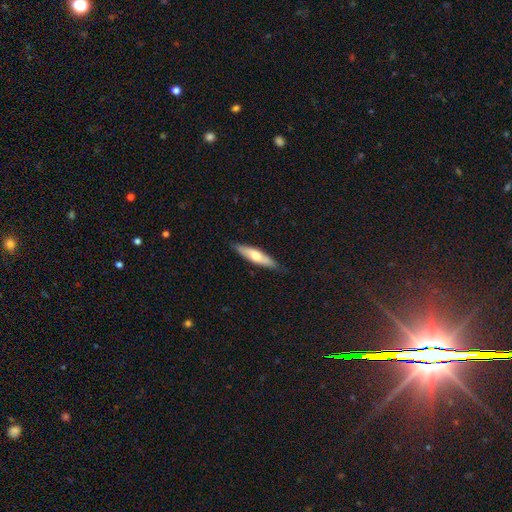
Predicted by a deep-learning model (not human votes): Smooth or featured?
  - smooth: 55% *
  - featured or disk: 40%
  - star or artifact: 5%
How rounded?
  - cigar-shaped: 74% *
  - in between: 25%
  - round: 2%
Merging?
  - none: 85% *
  - minor disturbance: 12%
  - major disturbance: 2%
  - merger: 1%